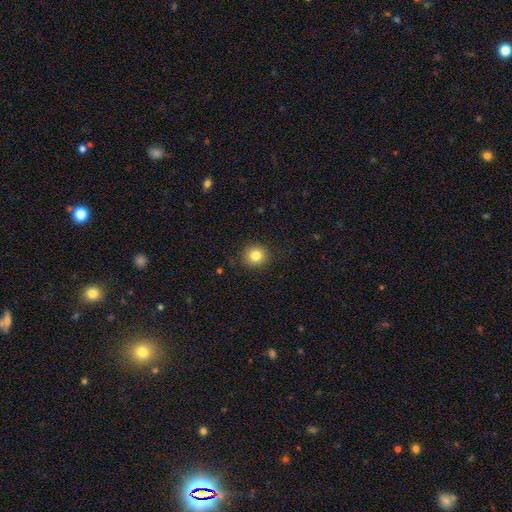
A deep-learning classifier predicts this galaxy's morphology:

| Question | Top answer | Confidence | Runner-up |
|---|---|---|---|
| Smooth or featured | smooth | 82% | star or artifact (11%) |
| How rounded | round | 89% | in between (10%) |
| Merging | none | 90% | minor disturbance (7%) |